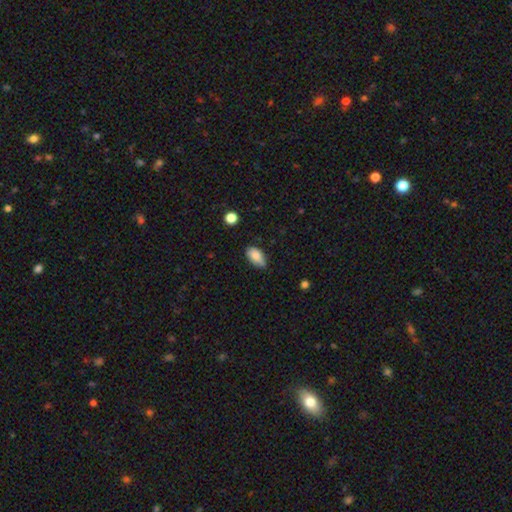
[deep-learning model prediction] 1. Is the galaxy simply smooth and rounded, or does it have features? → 84% smooth, 8% featured or disk, 8% star or artifact.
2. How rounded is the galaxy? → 93% in between, 4% round, 3% cigar-shaped.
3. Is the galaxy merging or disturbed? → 68% none, 27% minor disturbance, 4% major disturbance, 1% merger.